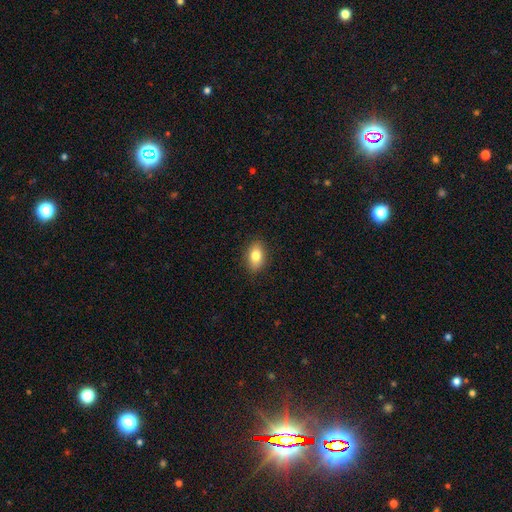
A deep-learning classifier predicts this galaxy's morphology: The model was most divided on "smooth or featured": smooth: 82%, featured or disk: 10%, star or artifact: 8%. More confident: merging — none (87%); how rounded — in between (86%).